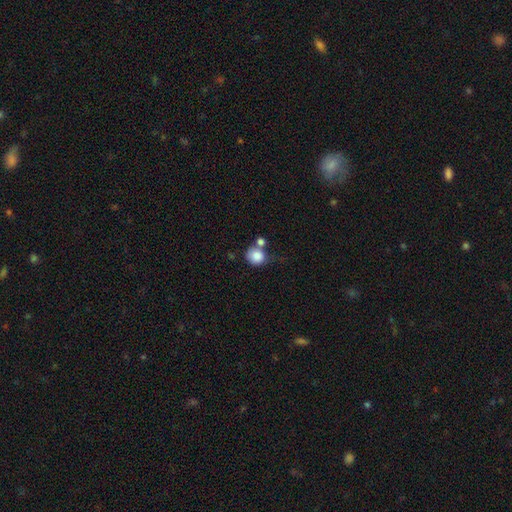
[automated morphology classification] A smooth galaxy with no disk features (84%) that is round (84%). Merging: none (42%).